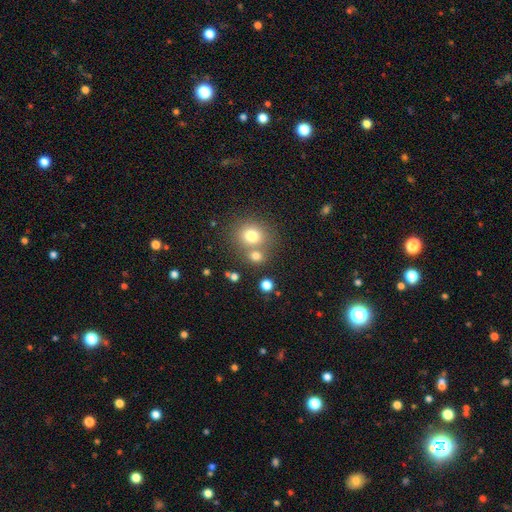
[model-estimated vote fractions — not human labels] A smooth galaxy with no disk features (75%) that is round (77%). Merging: none (54%).